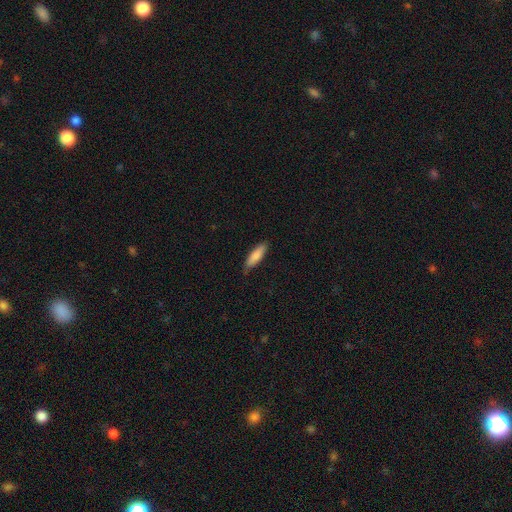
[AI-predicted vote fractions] Morphology: type=smooth (83%); roundness=cigar-shaped (59%); merging=none (79%).